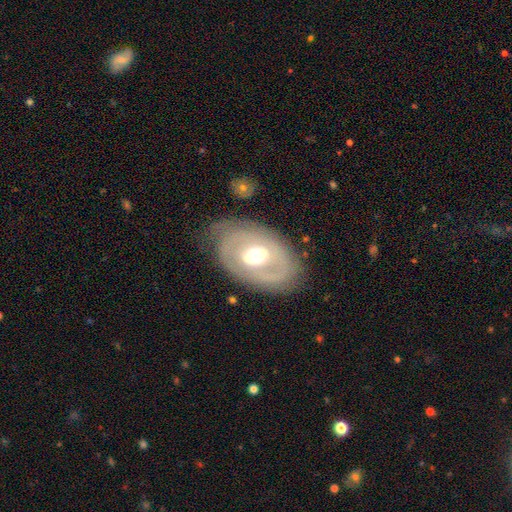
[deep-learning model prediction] Q: Smooth or featured?
A: featured or disk (67%); runner-up: smooth (27%)
Q: Edge-on disk?
A: no (92%); runner-up: yes (8%)
Q: Bar?
A: no (44%); runner-up: weak (35%)
Q: Spiral arms?
A: no (60%); runner-up: yes (40%)
Q: Bulge size?
A: moderate (61%); runner-up: large (28%)
Q: Merging?
A: none (69%); runner-up: minor disturbance (18%)